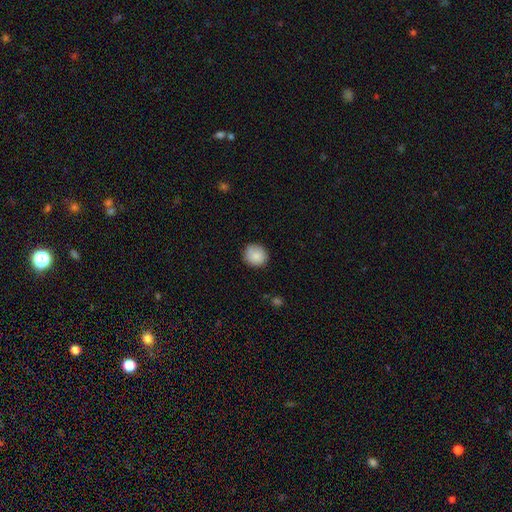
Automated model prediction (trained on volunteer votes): Smooth or featured: smooth — 86% (star or artifact — 8%)
How rounded: round — 84% (in between — 15%)
Merging: none — 84% (minor disturbance — 12%)